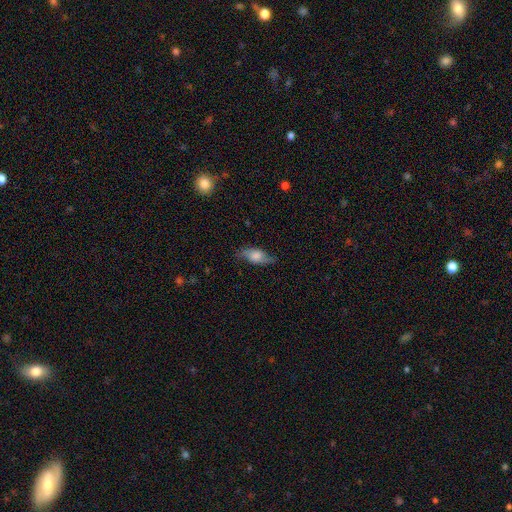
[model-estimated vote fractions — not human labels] Morphology: type=smooth (56%); roundness=in between (79%); merging=none (72%).